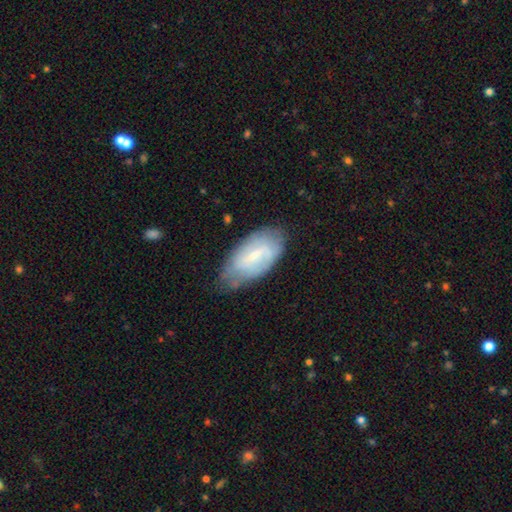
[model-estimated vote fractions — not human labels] Q: Smooth or featured?
A: featured or disk (51%); runner-up: smooth (42%)
Q: Edge-on disk?
A: no (91%); runner-up: yes (9%)
Q: Merging?
A: none (61%); runner-up: minor disturbance (30%)